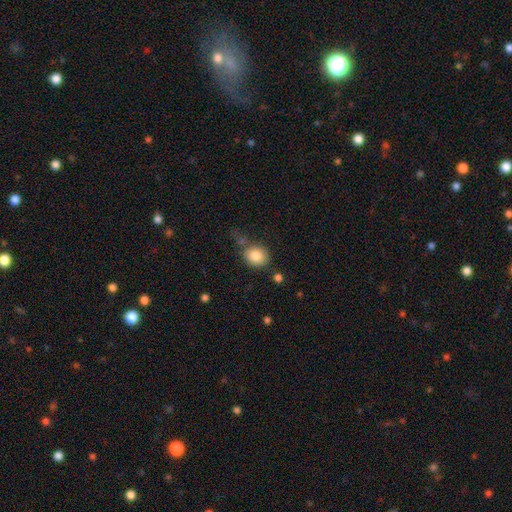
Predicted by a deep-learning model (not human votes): Q: Smooth or featured?
A: smooth (84%); runner-up: star or artifact (9%)
Q: How rounded?
A: round (70%); runner-up: in between (29%)
Q: Merging?
A: none (70%); runner-up: minor disturbance (16%)